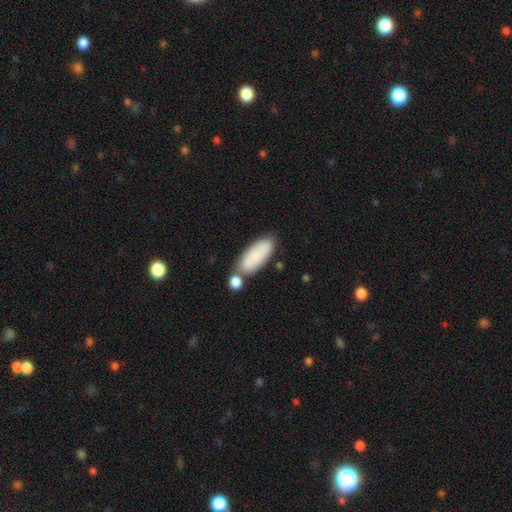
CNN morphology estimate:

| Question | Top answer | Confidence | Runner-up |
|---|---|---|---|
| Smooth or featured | smooth | 81% | featured or disk (12%) |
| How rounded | in between | 77% | cigar-shaped (21%) |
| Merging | none | 55% | merger (24%) |